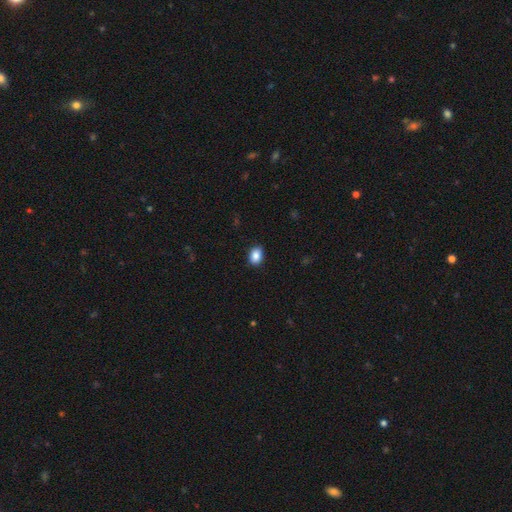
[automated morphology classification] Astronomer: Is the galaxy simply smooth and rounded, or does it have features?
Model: smooth — 88%.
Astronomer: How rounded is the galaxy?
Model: in between — 75%.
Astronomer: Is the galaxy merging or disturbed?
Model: none — 88%.